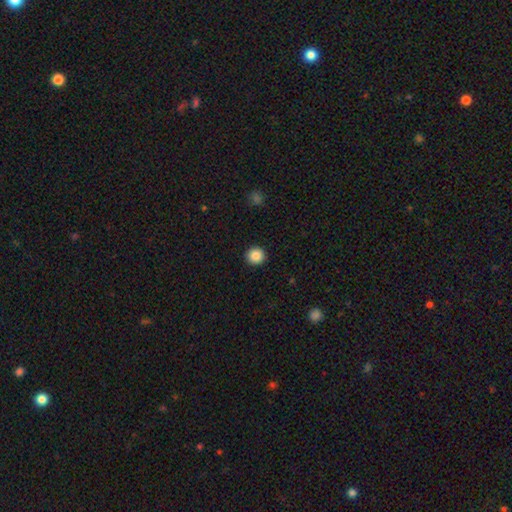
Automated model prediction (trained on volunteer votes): Smooth or featured? smooth (87%)
How rounded? round (94%)
Merging? none (93%)